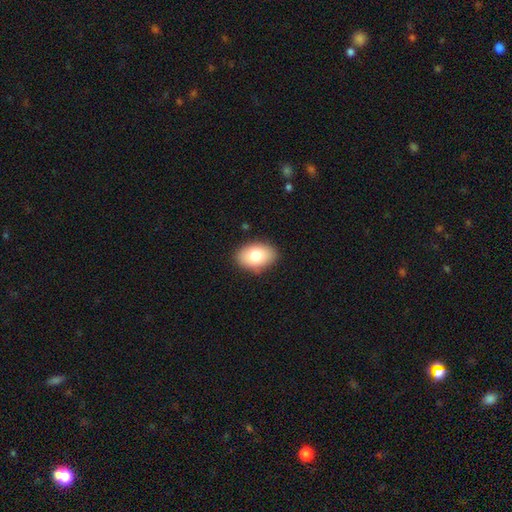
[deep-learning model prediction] smooth_or_featured: smooth (p=0.79) [alt: featured or disk p=0.13]
how_rounded: in between (p=0.87) [alt: round p=0.11]
merging: none (p=0.87) [alt: minor disturbance p=0.10]